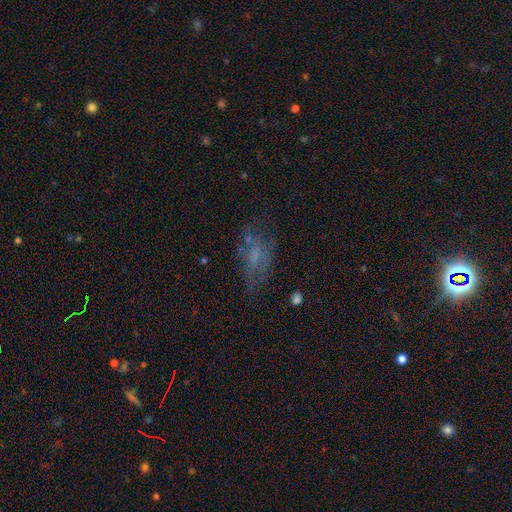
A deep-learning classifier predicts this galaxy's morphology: smooth_or_featured: featured or disk (p=0.42) [alt: smooth p=0.41]
merging: none (p=0.51) [alt: minor disturbance p=0.22]